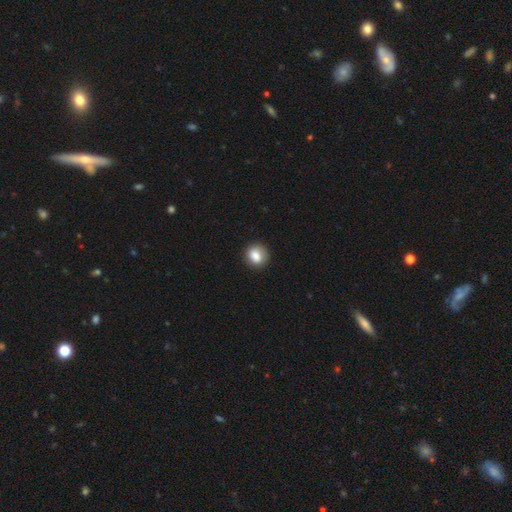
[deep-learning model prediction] The model was most divided on "how rounded": round: 77%, in between: 22%, cigar-shaped: 1%. More confident: merging — none (86%); smooth or featured — smooth (84%).